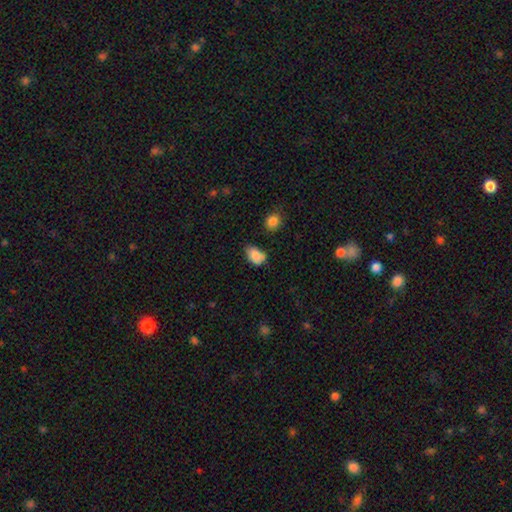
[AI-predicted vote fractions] This appears to be a smooth galaxy with no disk features (82%) that is in between round and cigar-shaped (85%). Merging: none (50%).